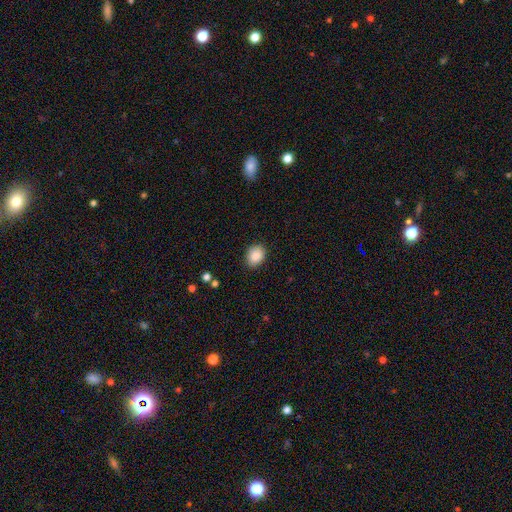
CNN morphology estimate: smooth_or_featured: smooth (p=0.88) [alt: star or artifact p=0.08]
how_rounded: in between (p=0.59) [alt: round p=0.40]
merging: none (p=0.87) [alt: minor disturbance p=0.10]